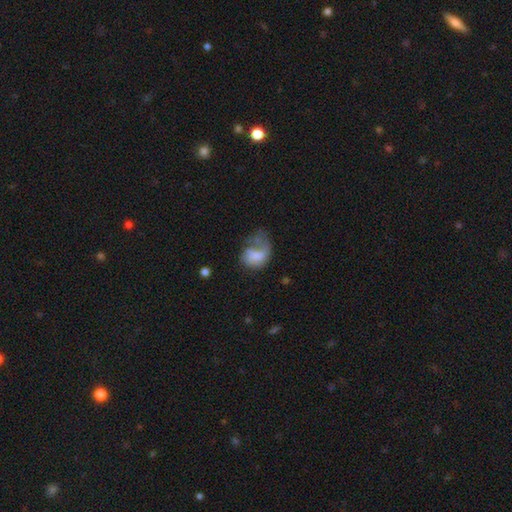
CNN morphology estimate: Smooth or featured: smooth — 54% (featured or disk — 38%)
How rounded: in between — 67% (round — 32%)
Merging: major disturbance — 53% (minor disturbance — 20%)